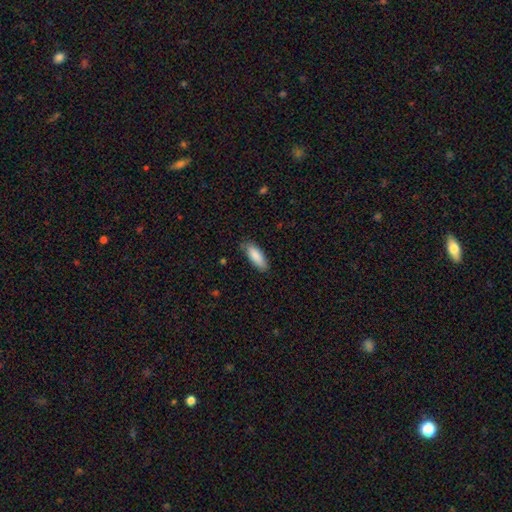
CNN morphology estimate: This is clearly a smooth galaxy (88%). How rounded: likely in between (68%). Merging: clearly none (80%).